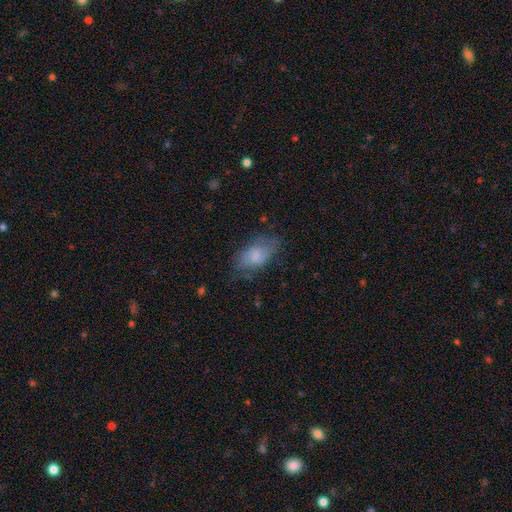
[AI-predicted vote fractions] smooth-or-featured: smooth: 71% | featured or disk: 21% | star or artifact: 8%
  how-rounded: in between: 90% | round: 6% | cigar-shaped: 4%
  merging: none: 59% | minor disturbance: 26% | major disturbance: 13% | merger: 2%